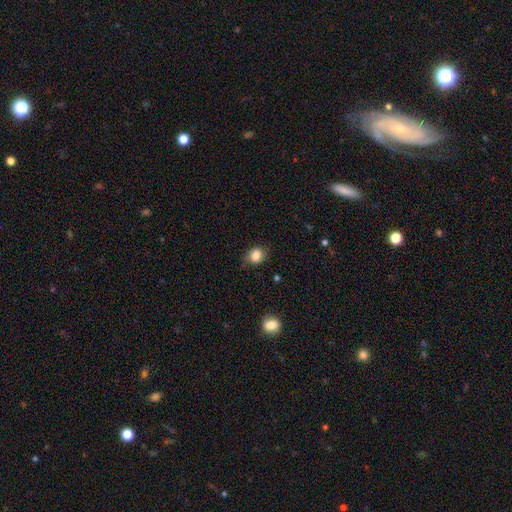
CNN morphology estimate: Overall: smooth (84%). How rounded: round (57%; in between 42%). Merging: none (80%).